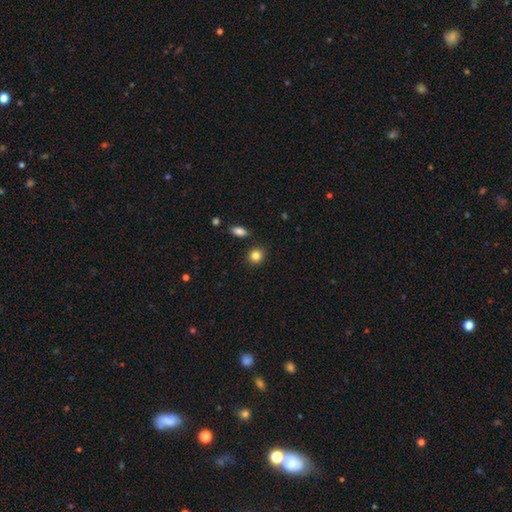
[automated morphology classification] The model was most divided on "how rounded": round: 82%, in between: 17%, cigar-shaped: 1%. More confident: merging — none (87%); smooth or featured — smooth (85%).